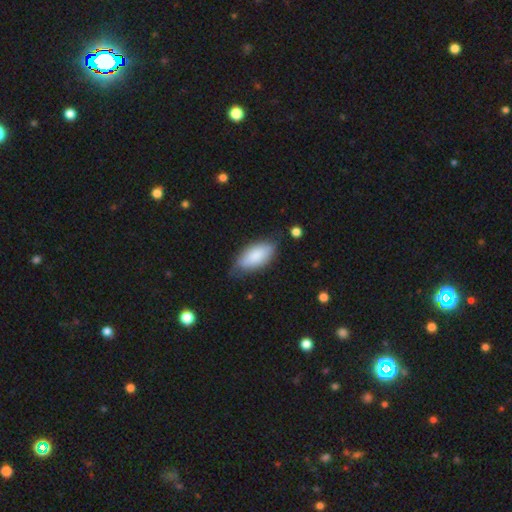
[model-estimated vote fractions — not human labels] Morphology: type=smooth (82%); roundness=in between (89%); merging=none (66%).